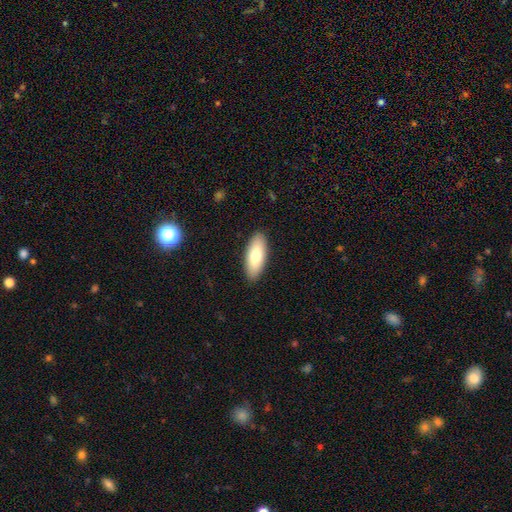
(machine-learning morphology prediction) A smooth galaxy with no disk features (78%) that is in between round and cigar-shaped (77%).

Vote fractions:
- Smooth or featured? smooth: 78% / featured or disk: 16% / star or artifact: 5%
- How rounded? in between: 77% / cigar-shaped: 21% / round: 2%
- Merging? none: 89% / minor disturbance: 8% / major disturbance: 2% / merger: 1%